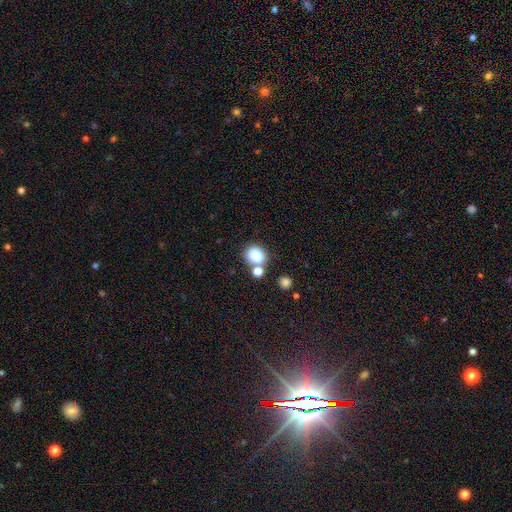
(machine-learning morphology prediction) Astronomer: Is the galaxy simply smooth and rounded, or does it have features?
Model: smooth — 83%.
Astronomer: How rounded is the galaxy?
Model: round — 64%.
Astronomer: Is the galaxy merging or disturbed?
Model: none — 61%.